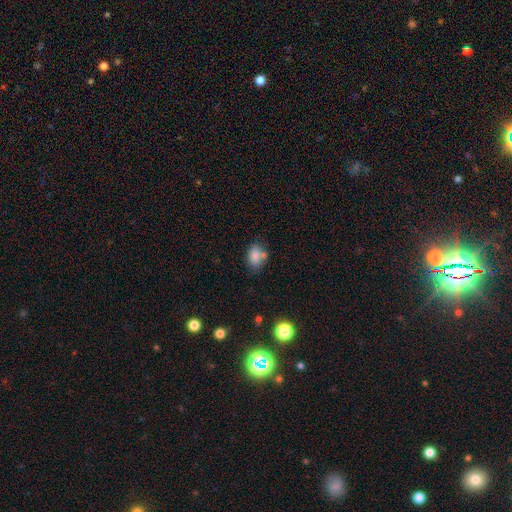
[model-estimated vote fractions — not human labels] Smooth or featured?
  - smooth: 82% *
  - star or artifact: 10%
  - featured or disk: 8%
How rounded?
  - in between: 77% *
  - round: 21%
  - cigar-shaped: 2%
Merging?
  - none: 60% *
  - minor disturbance: 19%
  - merger: 16%
  - major disturbance: 5%